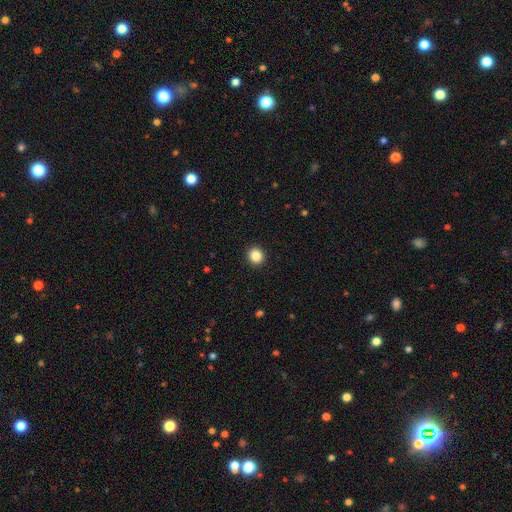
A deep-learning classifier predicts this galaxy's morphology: Smooth or featured?
  - smooth: 86% *
  - star or artifact: 10%
  - featured or disk: 4%
How rounded?
  - round: 87% *
  - in between: 12%
  - cigar-shaped: 1%
Merging?
  - none: 93% *
  - minor disturbance: 5%
  - major disturbance: 2%
  - merger: 1%